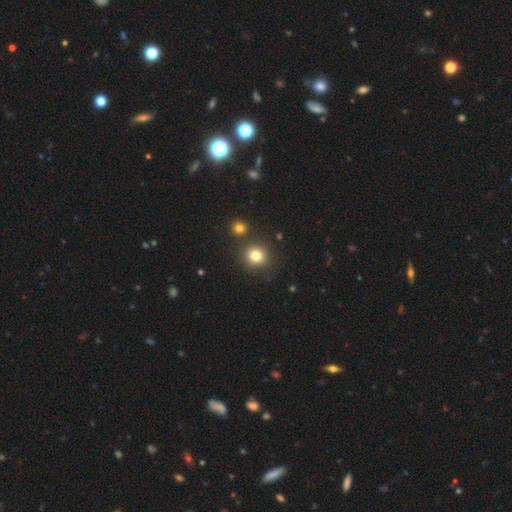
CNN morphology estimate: Smooth or featured? Predicted: smooth (p=0.80). How rounded? Predicted: round (p=0.92). Merging? Predicted: none (p=0.82).